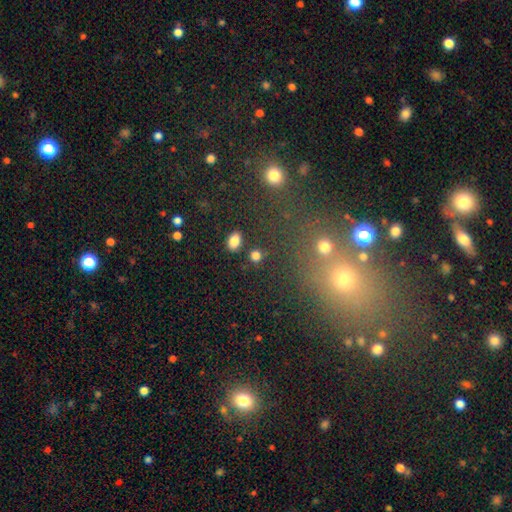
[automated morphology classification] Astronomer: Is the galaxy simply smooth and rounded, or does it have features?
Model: smooth — 83%.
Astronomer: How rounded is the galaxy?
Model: in between — 58% (runner-up: round, 40%).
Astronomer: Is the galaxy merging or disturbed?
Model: none — 83%.